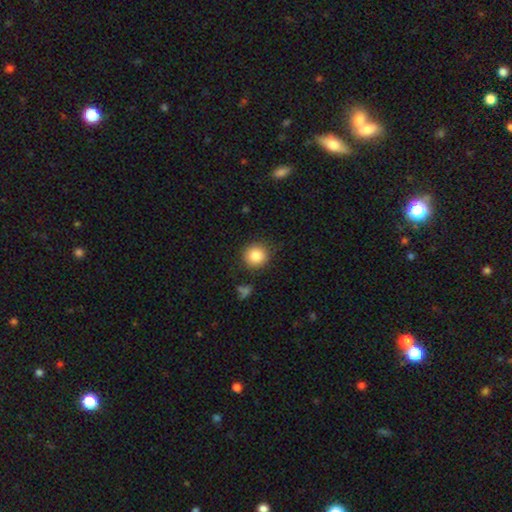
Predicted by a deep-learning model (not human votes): smooth_or_featured: smooth (p=0.85) [alt: star or artifact p=0.09]
how_rounded: round (p=0.90) [alt: in between p=0.09]
merging: none (p=0.86) [alt: minor disturbance p=0.09]